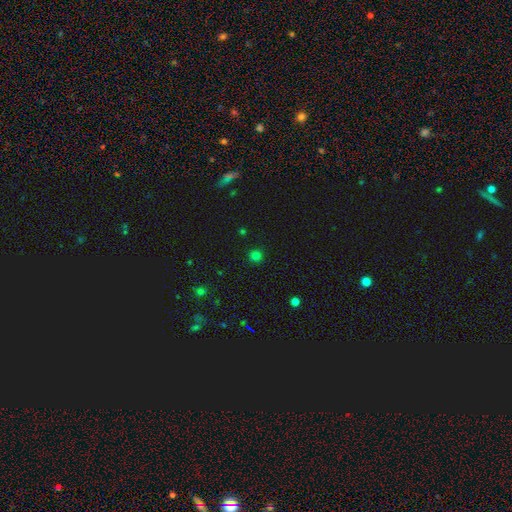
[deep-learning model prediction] A smooth galaxy with no disk features (76%) that is round (93%). Merging: none (90%).